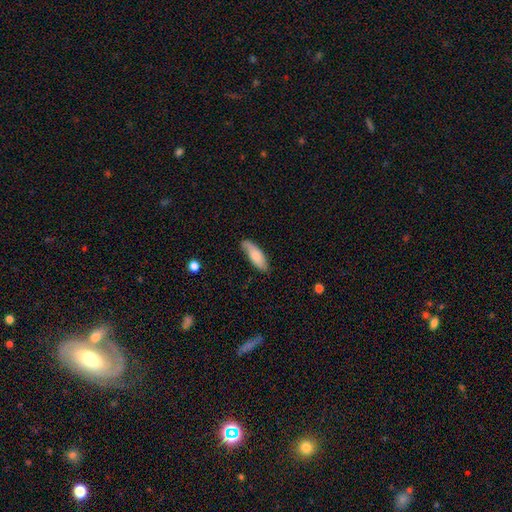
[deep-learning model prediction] Smooth or featured? Predicted: smooth (p=0.76). How rounded? Predicted: in between (p=0.62). Merging? Predicted: none (p=0.71).